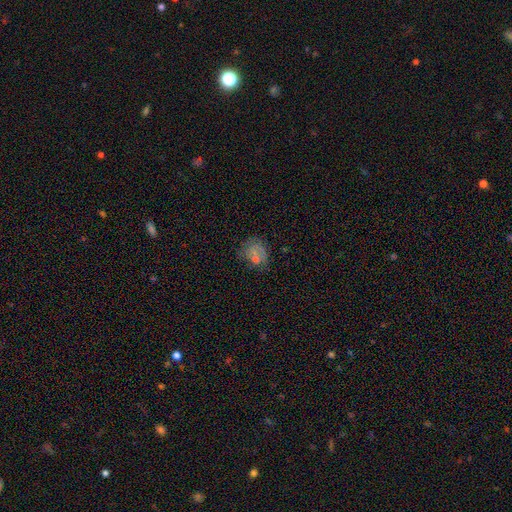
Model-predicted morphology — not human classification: Smooth or featured? smooth (54%)
How rounded? round (62%)
Merging? none (54%)